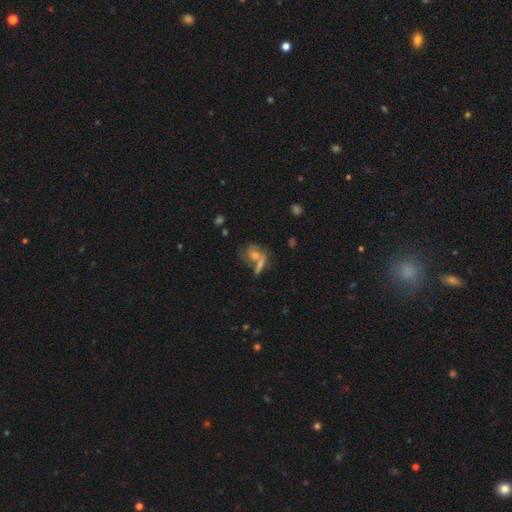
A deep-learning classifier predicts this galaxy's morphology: This is marginally a smooth galaxy (45%). Merging: marginally none (39%).